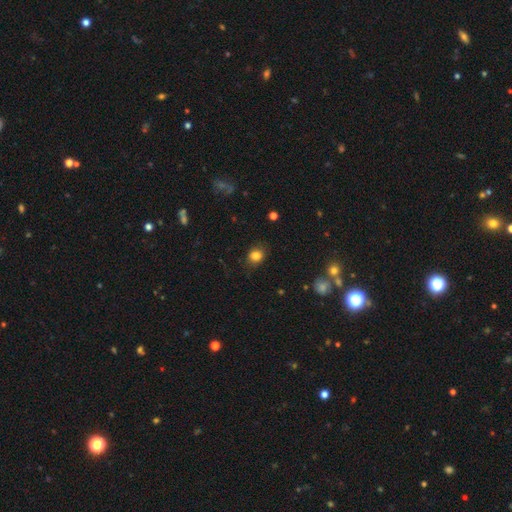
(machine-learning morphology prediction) This appears to be a smooth galaxy with no disk features (83%) that is round (63%). Merging: none (79%).